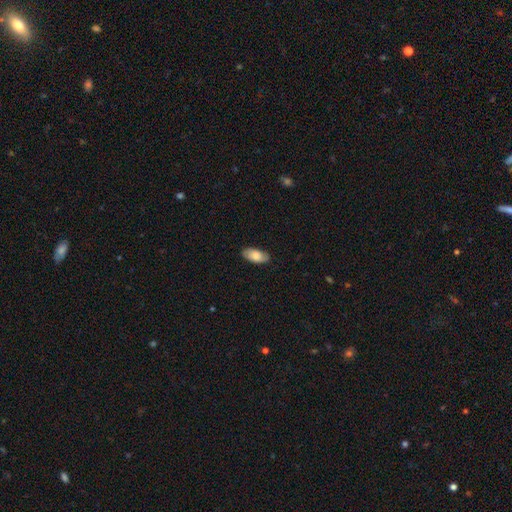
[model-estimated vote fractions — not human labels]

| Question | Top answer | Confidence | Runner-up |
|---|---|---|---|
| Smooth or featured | smooth | 77% | featured or disk (16%) |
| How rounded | in between | 92% | cigar-shaped (5%) |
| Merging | none | 83% | minor disturbance (14%) |